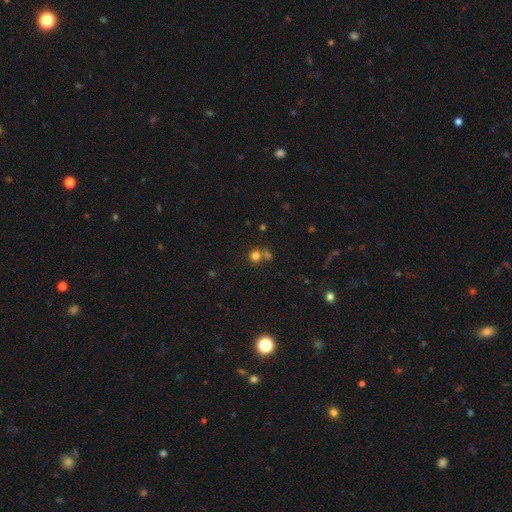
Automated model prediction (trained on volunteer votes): A smooth galaxy with no disk features (75%) that is round (81%).

Vote fractions:
- Smooth or featured? smooth: 75% / star or artifact: 16% / featured or disk: 9%
- How rounded? round: 81% / in between: 18% / cigar-shaped: 1%
- Merging? none: 48% / merger: 40% / minor disturbance: 8% / major disturbance: 4%